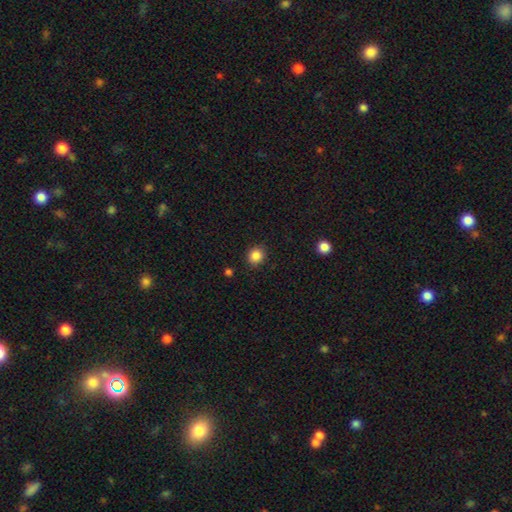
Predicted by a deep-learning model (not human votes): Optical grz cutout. It shows a smooth galaxy with no disk features (86%) that is round (83%). Merging: none (89%).